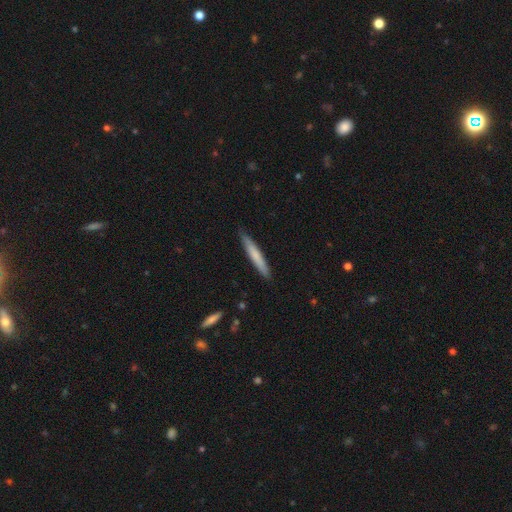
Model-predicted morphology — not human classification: type=smooth (68%); roundness=cigar-shaped (95%); merging=none (88%).